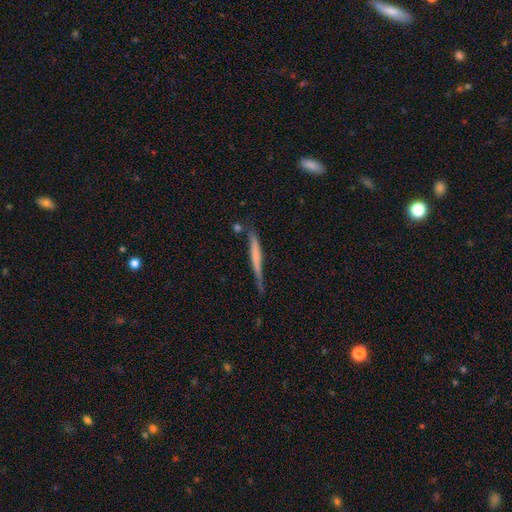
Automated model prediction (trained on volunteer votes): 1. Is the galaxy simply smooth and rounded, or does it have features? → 49% smooth, 46% featured or disk, 6% star or artifact.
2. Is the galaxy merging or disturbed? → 70% none, 21% minor disturbance, 5% major disturbance, 4% merger.